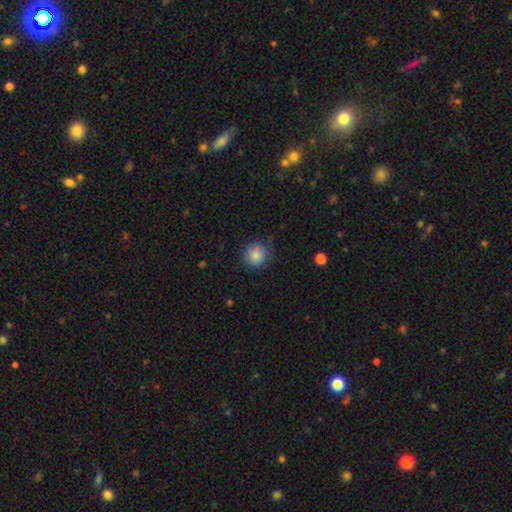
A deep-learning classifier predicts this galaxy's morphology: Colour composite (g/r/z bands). It shows a smooth galaxy with no disk features (84%) that is round (90%). Merging: none (80%).